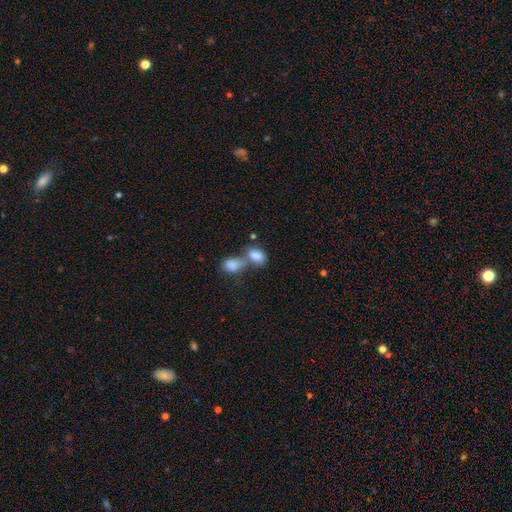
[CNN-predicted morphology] Smooth or featured: smooth — 84% (featured or disk — 9%)
How rounded: in between — 86% (round — 12%)
Merging: merger — 66% (none — 22%)